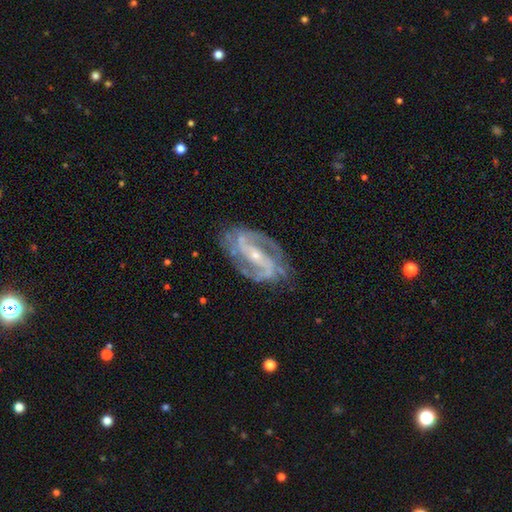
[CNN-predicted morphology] Smooth or featured: featured or disk — 91% (star or artifact — 5%)
Edge-on disk: no — 96% (yes — 4%)
Bar: strong — 52% (weak — 28%)
Spiral arms: yes — 97% (no — 3%)
Spiral winding: medium — 51% (tight — 28%)
Spiral arm count: 2 — 85% (3 — 5%)
Bulge size: small — 73% (moderate — 24%)
Merging: none — 75% (minor disturbance — 16%)